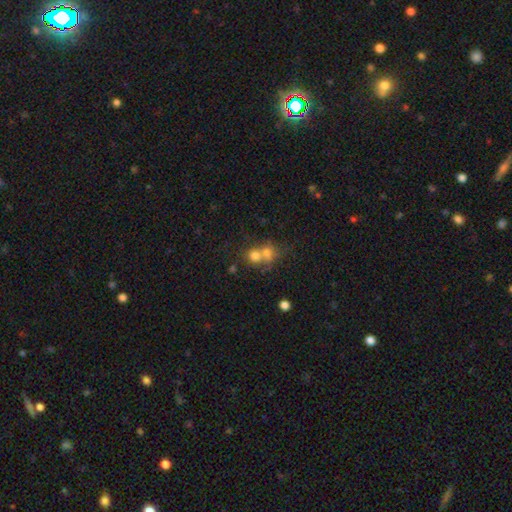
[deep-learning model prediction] This is likely a smooth galaxy (72%). How rounded: likely round (77%). Merging: possibly merger (59%).